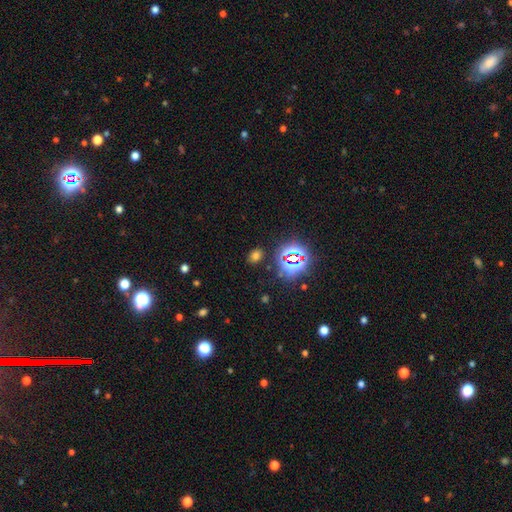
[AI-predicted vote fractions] Smooth or featured? Predicted: smooth (p=0.60). How rounded? Predicted: in between (p=0.69). Merging? Predicted: none (p=0.83).